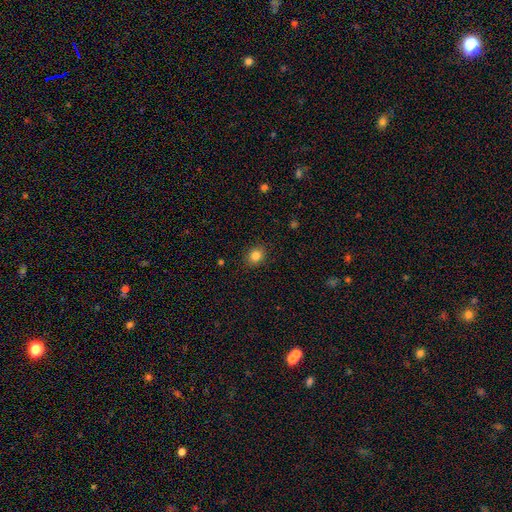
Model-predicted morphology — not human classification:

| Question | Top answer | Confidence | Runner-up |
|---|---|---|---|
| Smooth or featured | smooth | 84% | star or artifact (11%) |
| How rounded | round | 62% | in between (37%) |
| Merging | none | 89% | minor disturbance (8%) |